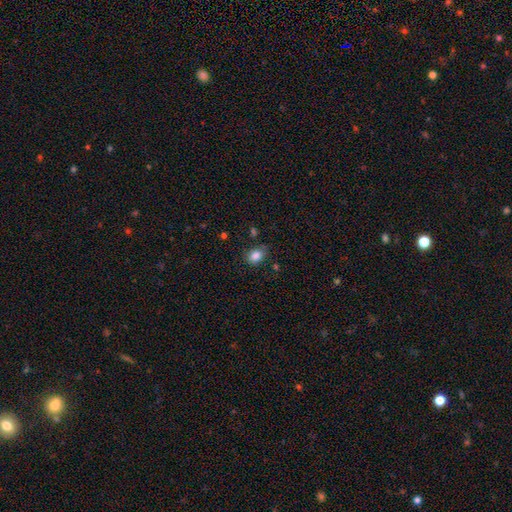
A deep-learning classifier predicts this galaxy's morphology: A smooth galaxy with no disk features (84%) that is in between round and cigar-shaped (58%).

Vote fractions:
- Smooth or featured? smooth: 84% / star or artifact: 10% / featured or disk: 6%
- How rounded? in between: 58% / round: 42% / cigar-shaped: 1%
- Merging? none: 76% / minor disturbance: 18% / major disturbance: 4% / merger: 3%